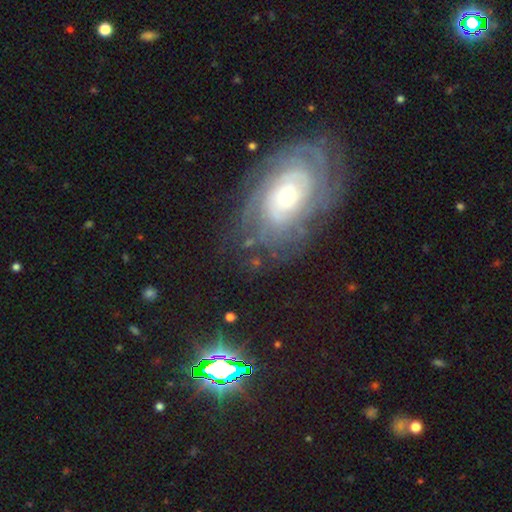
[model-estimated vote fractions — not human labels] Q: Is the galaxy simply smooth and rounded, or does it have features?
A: featured or disk — 76%.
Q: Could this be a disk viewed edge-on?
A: no — 95%.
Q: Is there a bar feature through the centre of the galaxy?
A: no — 75%.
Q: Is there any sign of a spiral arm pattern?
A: yes — 92%.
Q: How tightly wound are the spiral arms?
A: tight — 77%.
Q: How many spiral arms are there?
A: can't tell — 50%.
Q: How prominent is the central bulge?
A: small — 46%.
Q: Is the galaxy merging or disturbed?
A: none — 76%.